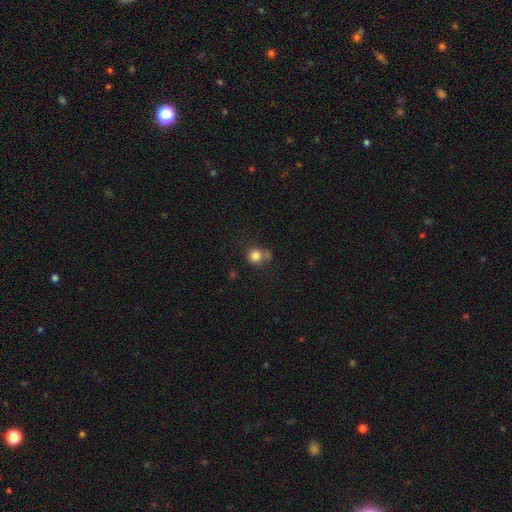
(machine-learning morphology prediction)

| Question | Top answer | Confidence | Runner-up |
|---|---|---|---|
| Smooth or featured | smooth | 81% | star or artifact (12%) |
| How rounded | round | 86% | in between (13%) |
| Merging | none | 56% | minor disturbance (18%) |